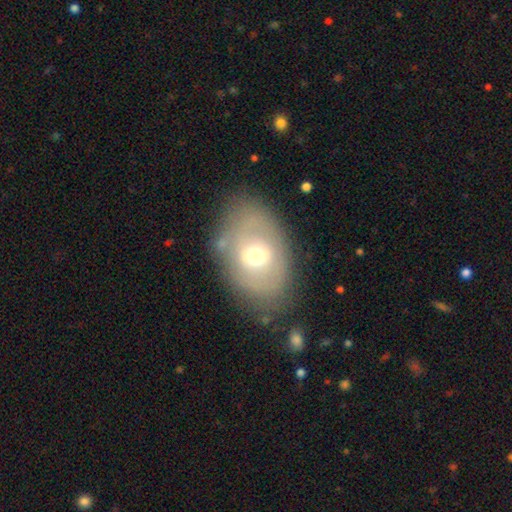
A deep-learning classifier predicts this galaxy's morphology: Smooth or featured: smooth — 51% (featured or disk — 41%)
How rounded: in between — 81% (round — 18%)
Merging: none — 74% (minor disturbance — 16%)